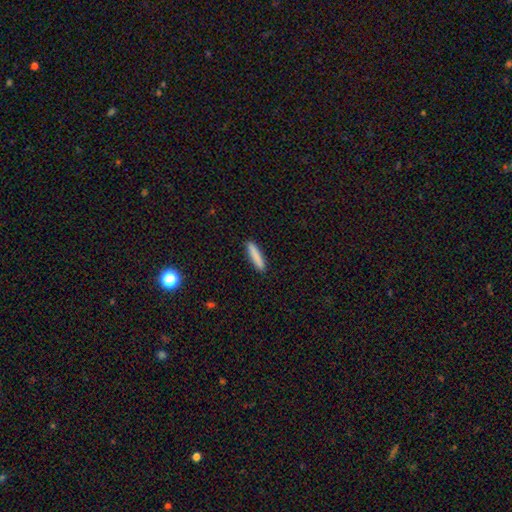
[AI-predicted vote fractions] This is clearly a smooth galaxy (86%). How rounded: clearly cigar-shaped (89%). Merging: clearly none (91%).